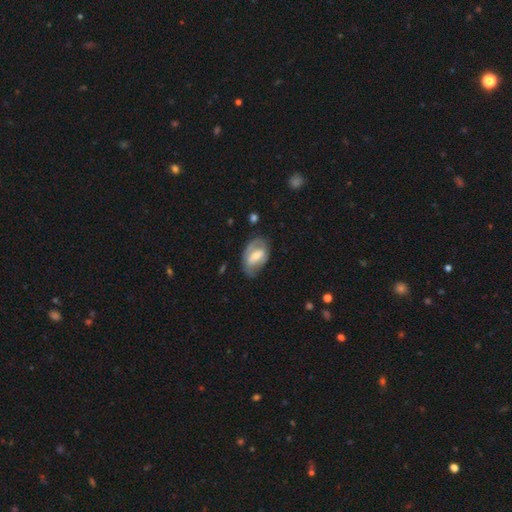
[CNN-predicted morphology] smooth_or_featured: featured or disk (p=0.58) [alt: smooth p=0.36]
disk_edge_on: no (p=0.93) [alt: yes p=0.07]
bar: strong (p=0.39) [tied with: weak p=0.39]
has_spiral_arms: yes (p=0.57) [alt: no p=0.43]
bulge_size: moderate (p=0.51) [alt: small p=0.35]
merging: none (p=0.60) [alt: minor disturbance p=0.26]